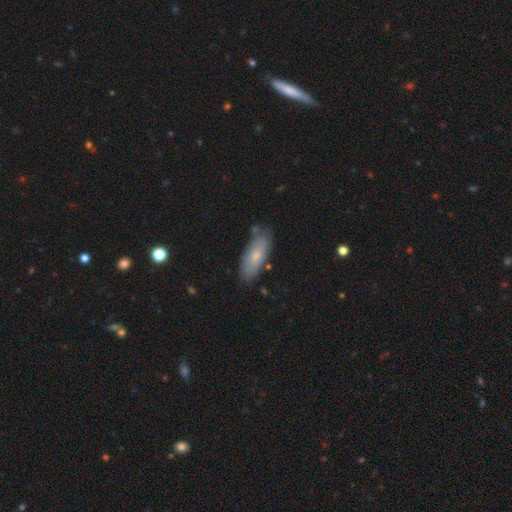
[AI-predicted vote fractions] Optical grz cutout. It shows a smooth galaxy with no disk features (64%) that is in between round and cigar-shaped (73%). Merging: none (77%).